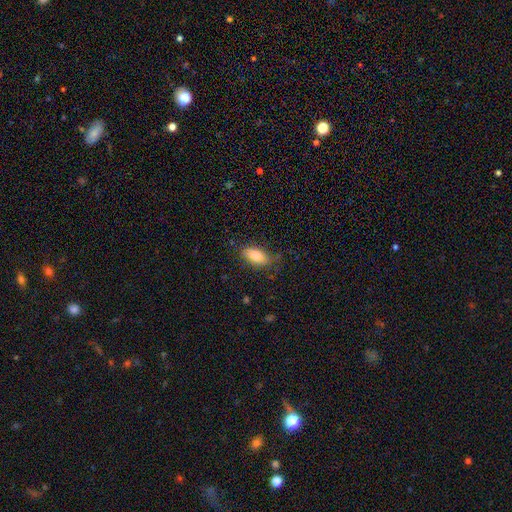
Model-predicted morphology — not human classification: Smooth or featured?
  - smooth: 83% *
  - featured or disk: 10%
  - star or artifact: 7%
How rounded?
  - in between: 90% *
  - cigar-shaped: 7%
  - round: 3%
Merging?
  - none: 75% *
  - minor disturbance: 18%
  - major disturbance: 5%
  - merger: 2%